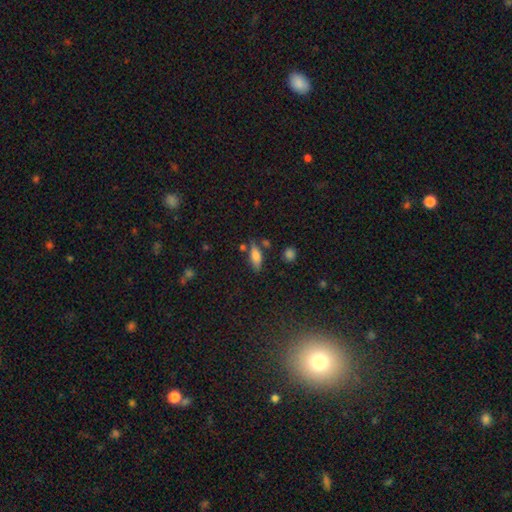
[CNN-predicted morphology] smooth_or_featured: smooth (p=0.72) [alt: featured or disk p=0.20]
how_rounded: in between (p=0.68) [alt: cigar-shaped p=0.29]
merging: none (p=0.70) [alt: minor disturbance p=0.16]